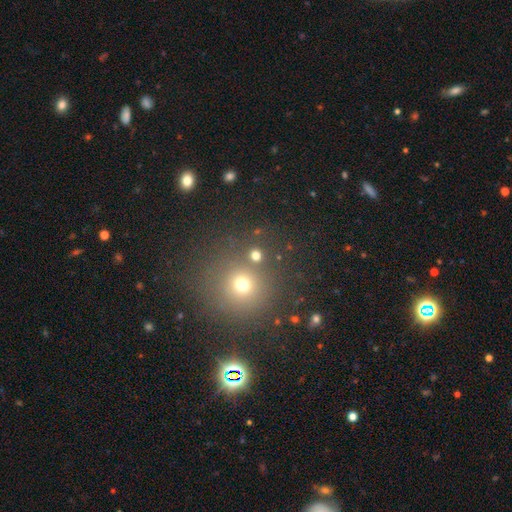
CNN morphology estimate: Overall: smooth (70%). How rounded: round (92%). Merging: none (79%).